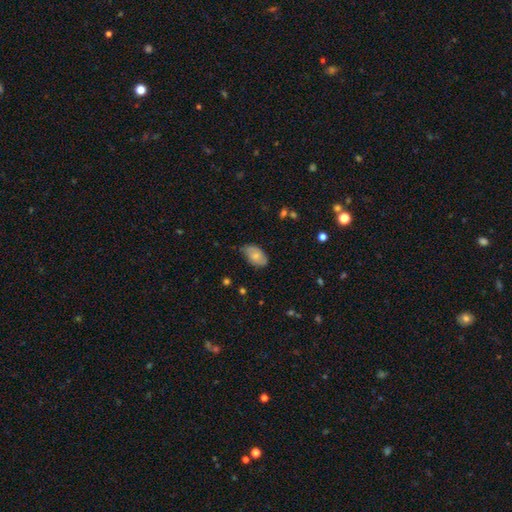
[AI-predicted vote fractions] This is likely a smooth galaxy (74%). How rounded: clearly in between (93%). Merging: possibly none (56%).